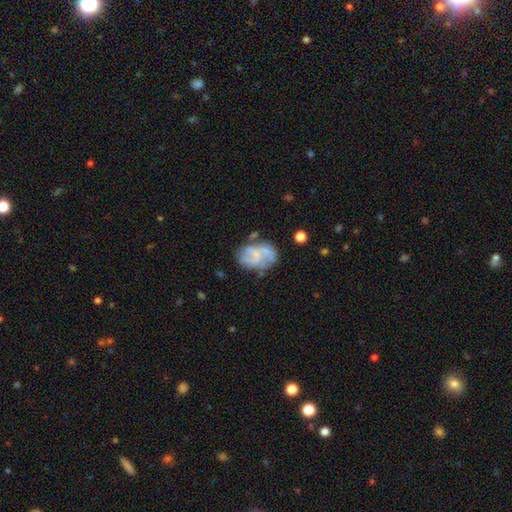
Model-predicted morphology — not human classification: Smooth or featured? Predicted: featured or disk (p=0.62). Edge-on disk? Predicted: no (p=0.98). Bar? Predicted: no (p=0.75). Spiral arms? Predicted: yes (p=0.55). Bulge size? Predicted: none (p=0.50). Merging? Predicted: none (p=0.48).